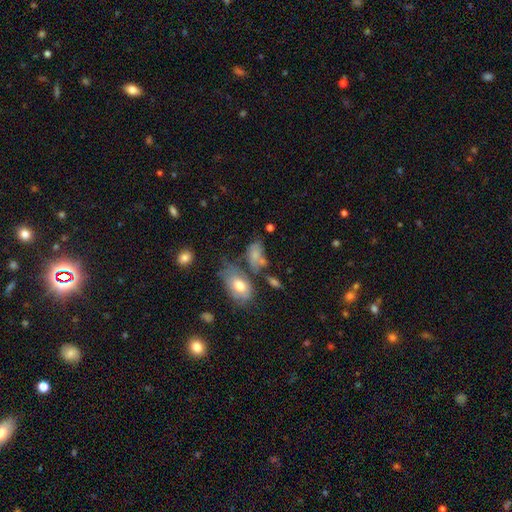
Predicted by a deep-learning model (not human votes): Overall: smooth (65%). How rounded: in between (86%). Merging: none (33%; minor disturbance 25%).